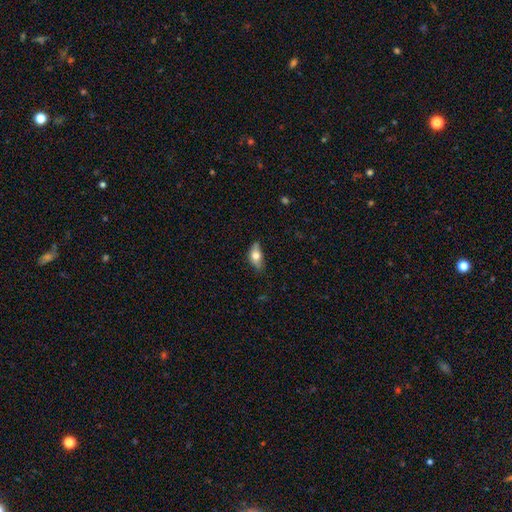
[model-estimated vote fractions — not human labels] Smooth or featured? Predicted: smooth (p=0.64). How rounded? Predicted: in between (p=0.81). Merging? Predicted: none (p=0.62).